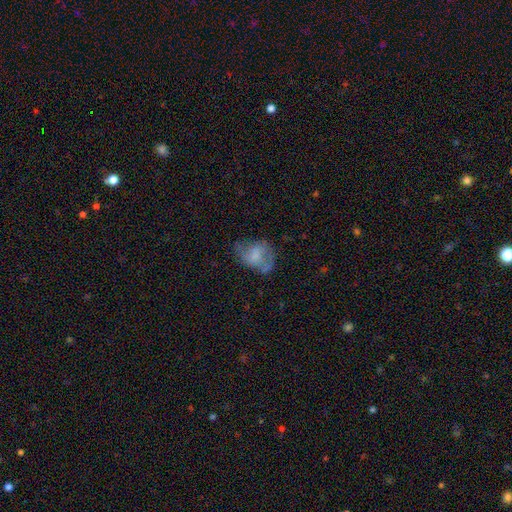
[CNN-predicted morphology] This is possibly a smooth galaxy (49%). Merging: marginally none (43%).